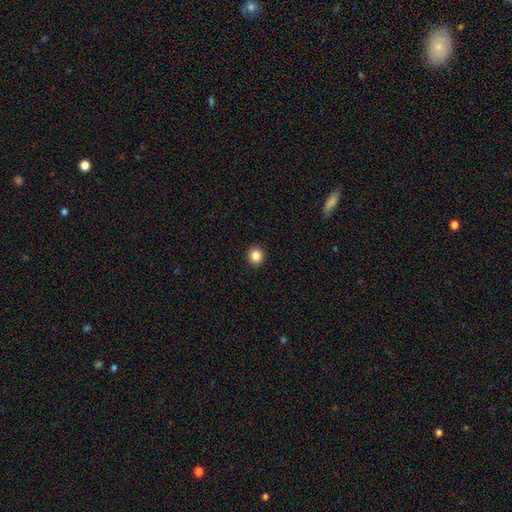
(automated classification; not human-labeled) Q: Smooth or featured?
A: smooth (85%); runner-up: star or artifact (10%)
Q: How rounded?
A: round (88%); runner-up: in between (11%)
Q: Merging?
A: none (93%); runner-up: minor disturbance (4%)